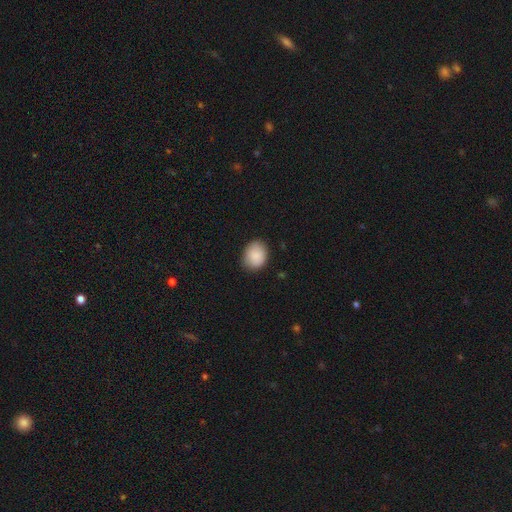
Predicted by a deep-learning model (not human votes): The model was most divided on "how rounded": round: 50%, in between: 49%, cigar-shaped: 1%. More confident: smooth or featured — smooth (89%); merging — none (82%).